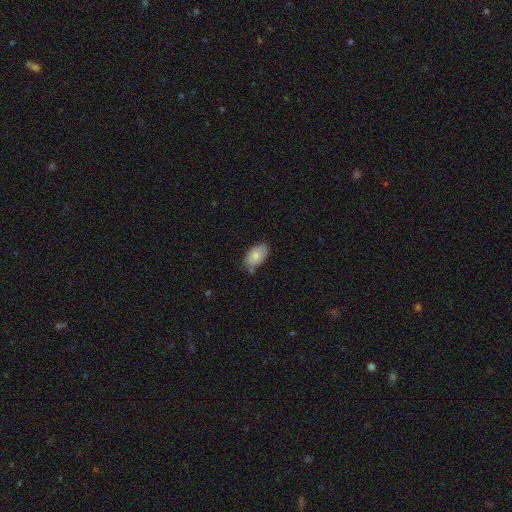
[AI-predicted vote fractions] Smooth or featured?
  - smooth: 82% *
  - featured or disk: 12%
  - star or artifact: 7%
How rounded?
  - in between: 93% *
  - round: 5%
  - cigar-shaped: 2%
Merging?
  - none: 70% *
  - minor disturbance: 21%
  - merger: 6%
  - major disturbance: 4%